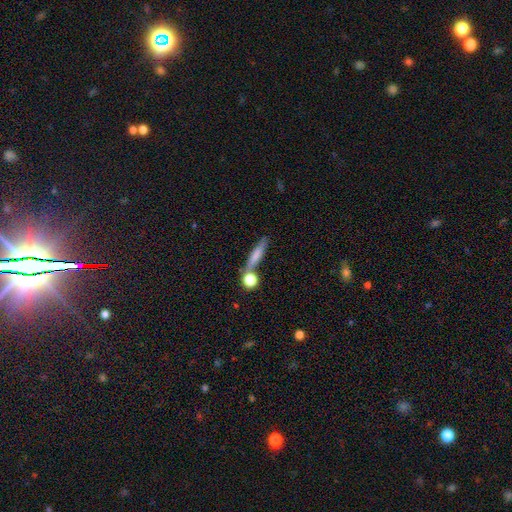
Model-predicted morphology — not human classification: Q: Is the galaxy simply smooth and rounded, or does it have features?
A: smooth — 67%.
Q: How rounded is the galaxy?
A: cigar-shaped — 73%.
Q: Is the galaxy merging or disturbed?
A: none — 64%.